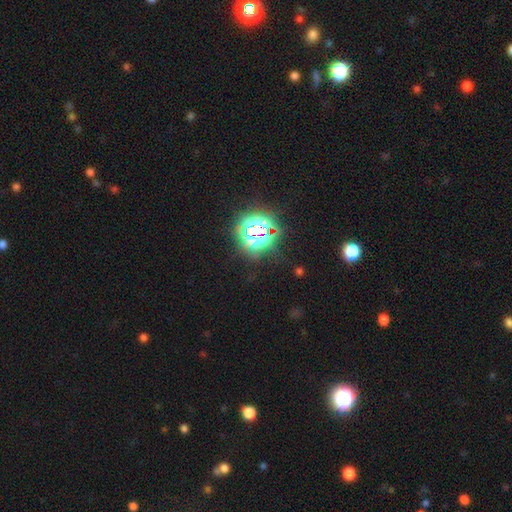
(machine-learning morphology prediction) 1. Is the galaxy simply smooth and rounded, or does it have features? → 83% star or artifact, 11% smooth, 6% featured or disk.